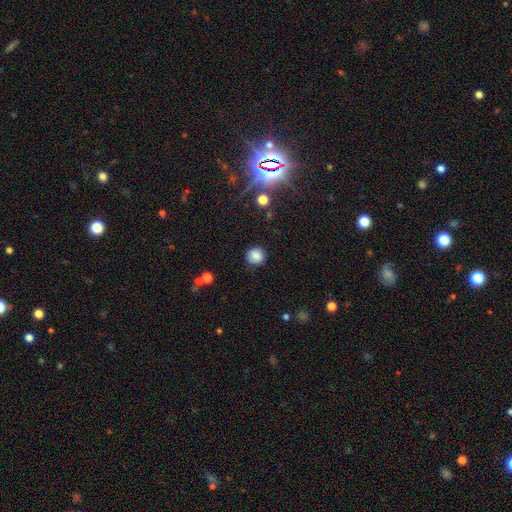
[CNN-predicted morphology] A smooth galaxy with no disk features (83%) that is round (89%). Merging: none (86%).